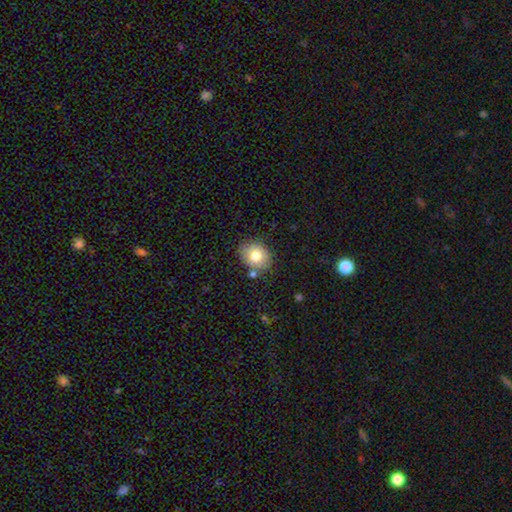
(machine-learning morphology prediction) The model was most divided on "how rounded": round: 53%, in between: 46%, cigar-shaped: 1%. More confident: merging — none (78%); smooth or featured — smooth (77%).